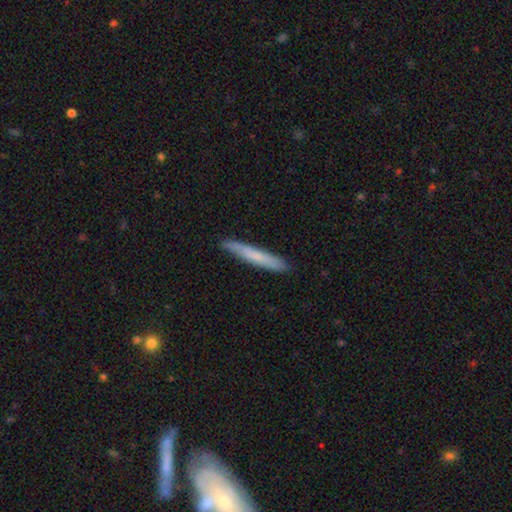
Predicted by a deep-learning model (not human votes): A smooth galaxy with no disk features (66%) that is cigar-shaped (95%).

Vote fractions:
- Smooth or featured? smooth: 66% / featured or disk: 28% / star or artifact: 6%
- How rounded? cigar-shaped: 95% / in between: 4% / round: 1%
- Merging? none: 87% / minor disturbance: 10% / major disturbance: 2% / merger: 1%